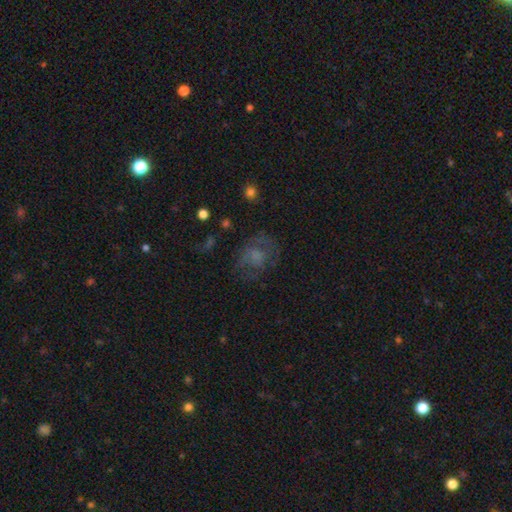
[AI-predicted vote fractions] smooth_or_featured: smooth (p=0.43) [alt: featured or disk p=0.40]
merging: none (p=0.56) [alt: major disturbance p=0.23]